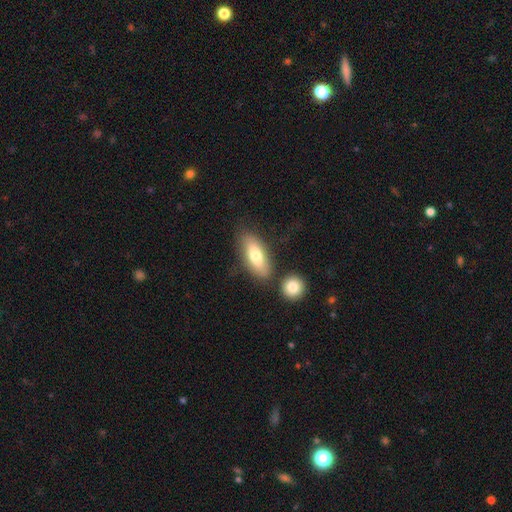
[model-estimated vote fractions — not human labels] smooth 72%, featured or disk 22%, star or artifact 6%. Down the decision tree: how rounded — in between (76%); merging — none (70%).